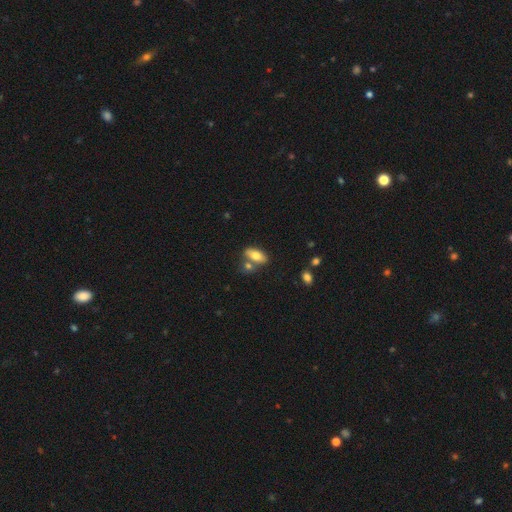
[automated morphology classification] type=smooth (73%); roundness=in between (84%); merging=none (60%).